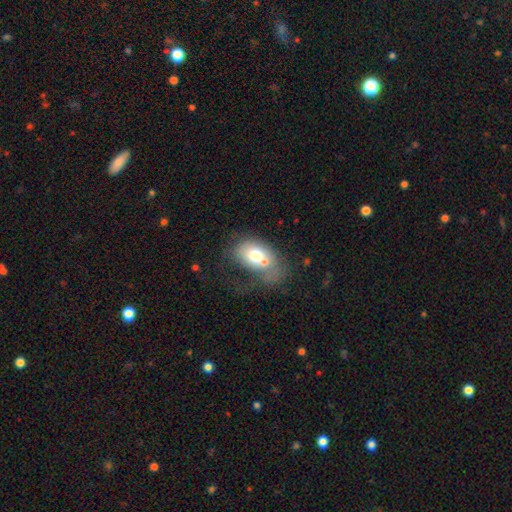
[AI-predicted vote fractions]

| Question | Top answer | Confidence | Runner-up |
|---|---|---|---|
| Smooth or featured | smooth | 64% | featured or disk (27%) |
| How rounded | in between | 76% | round (23%) |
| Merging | merger | 38% | none (24%) |